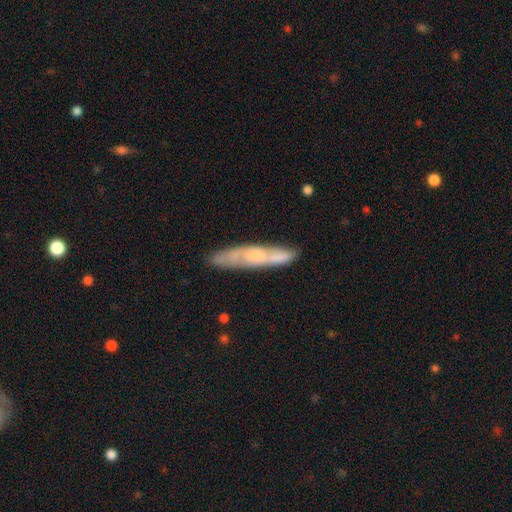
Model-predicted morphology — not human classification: Smooth or featured? featured or disk (57%)
Edge-on disk? yes (53%)
Merging? none (75%)